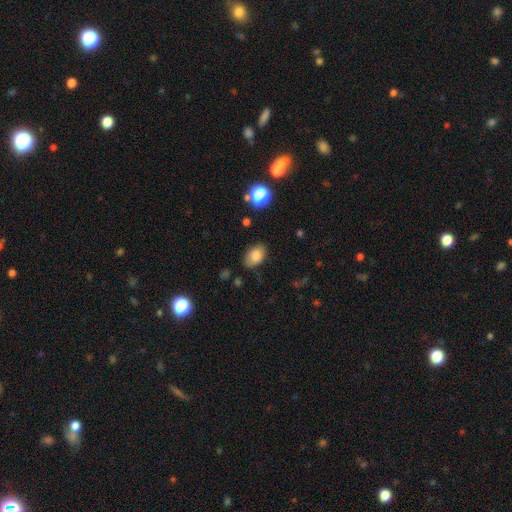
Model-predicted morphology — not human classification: A smooth galaxy with no disk features (82%) that is in between round and cigar-shaped (85%).

Vote fractions:
- Smooth or featured? smooth: 82% / star or artifact: 9% / featured or disk: 9%
- How rounded? in between: 85% / round: 14% / cigar-shaped: 1%
- Merging? none: 77% / minor disturbance: 17% / major disturbance: 4% / merger: 2%